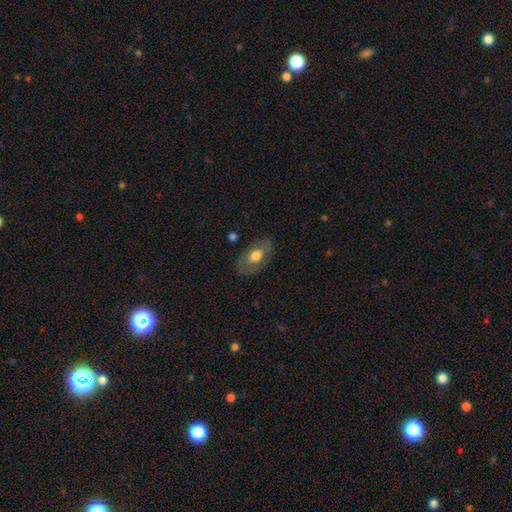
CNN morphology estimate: Smooth or featured? smooth (56%)
How rounded? in between (89%)
Merging? none (78%)